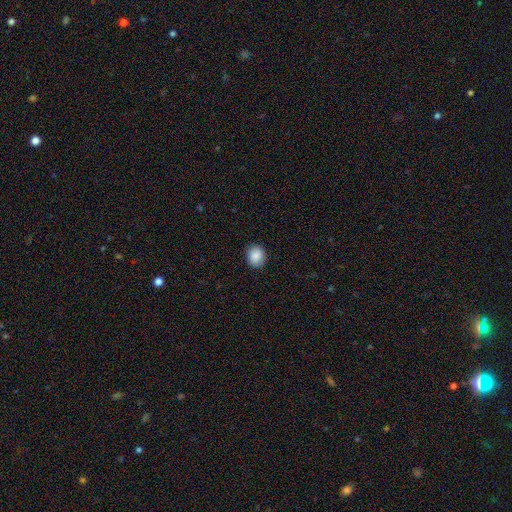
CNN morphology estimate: type=smooth (89%); roundness=round (77%); merging=none (90%).